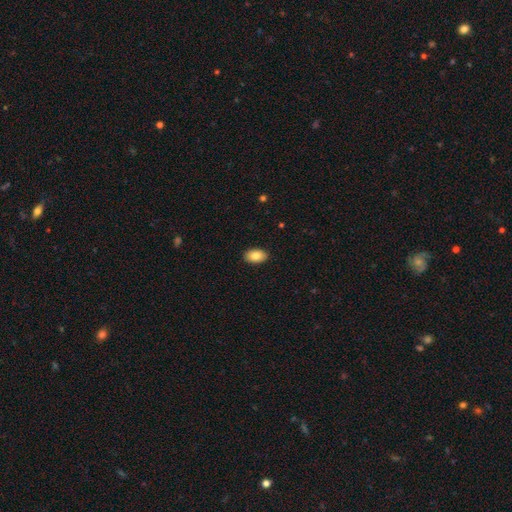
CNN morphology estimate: Overall: smooth (85%). How rounded: in between (92%). Merging: none (90%).